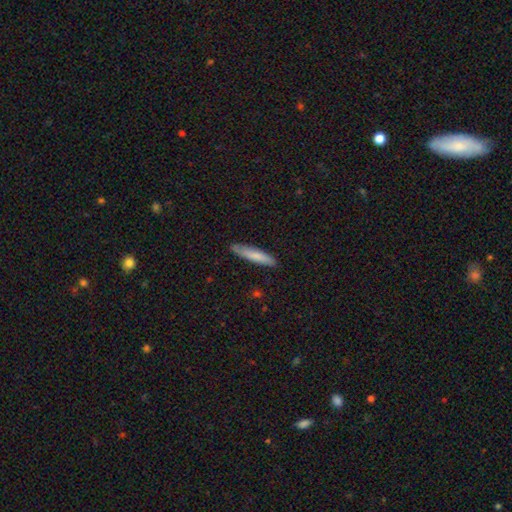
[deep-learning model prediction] smooth 75%, featured or disk 20%, star or artifact 5%. Down the decision tree: how rounded — cigar-shaped (89%); merging — none (85%).